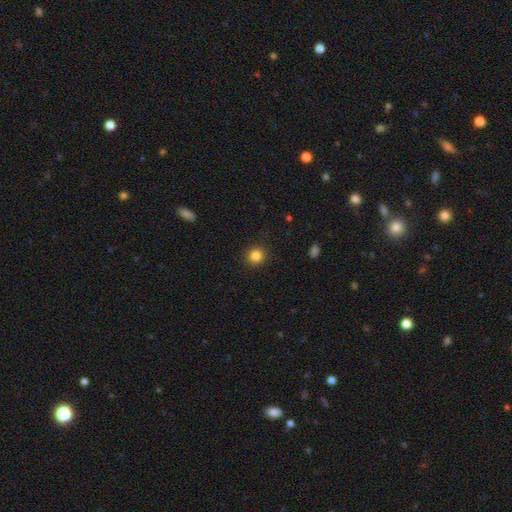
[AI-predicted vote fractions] A smooth galaxy with no disk features (84%) that is round (92%). Merging: none (92%).